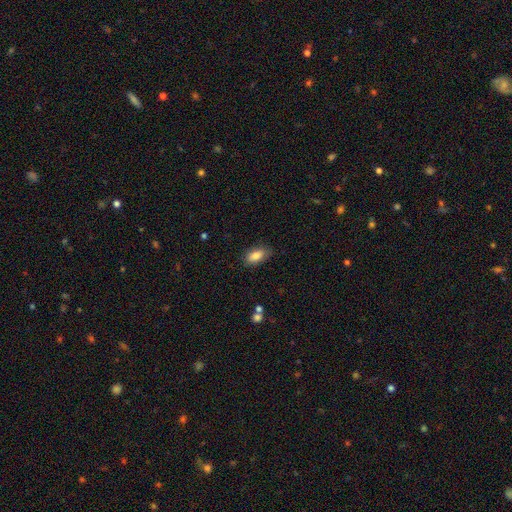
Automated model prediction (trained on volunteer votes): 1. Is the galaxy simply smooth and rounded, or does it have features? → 83% smooth, 9% featured or disk, 7% star or artifact.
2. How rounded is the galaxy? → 89% in between, 6% cigar-shaped, 5% round.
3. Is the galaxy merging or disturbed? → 80% none, 15% minor disturbance, 3% major disturbance, 1% merger.